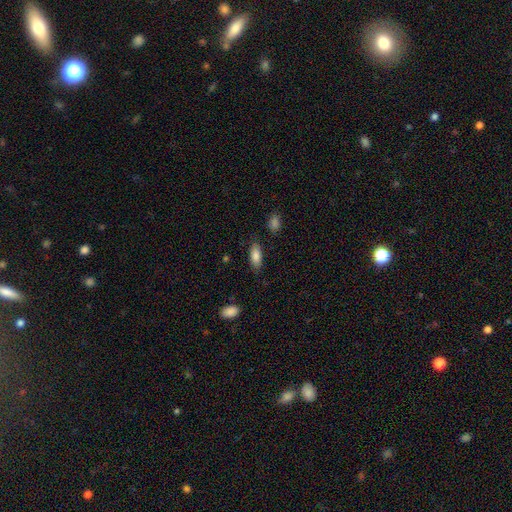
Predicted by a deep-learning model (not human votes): A smooth galaxy with no disk features (85%) that is in between round and cigar-shaped (83%).

Vote fractions:
- Smooth or featured? smooth: 85% / featured or disk: 8% / star or artifact: 7%
- How rounded? in between: 83% / cigar-shaped: 15% / round: 2%
- Merging? none: 80% / minor disturbance: 15% / major disturbance: 4% / merger: 2%